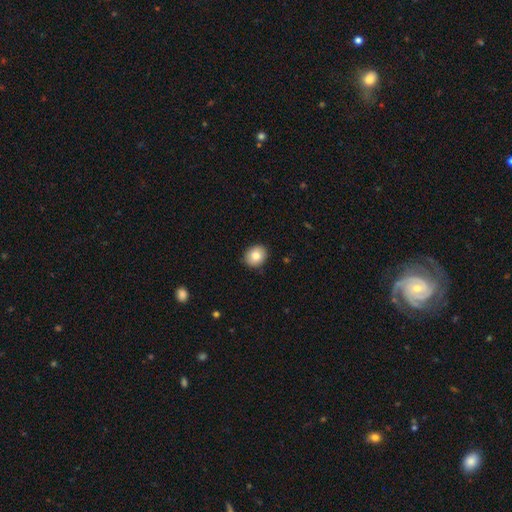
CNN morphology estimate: Smooth or featured? Predicted: smooth (p=0.84). How rounded? Predicted: round (p=0.62). Merging? Predicted: none (p=0.88).